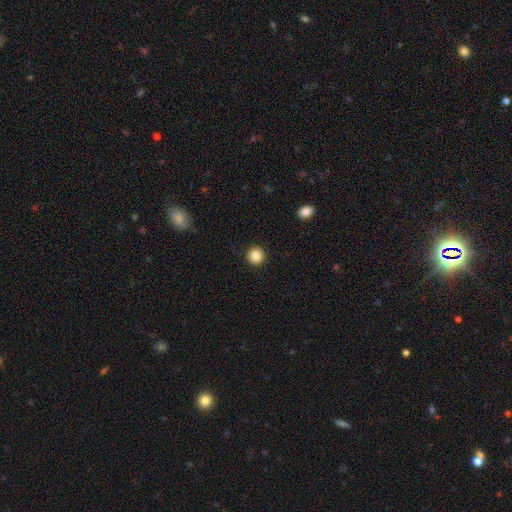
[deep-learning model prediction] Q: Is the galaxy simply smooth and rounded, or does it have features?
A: smooth — 87%.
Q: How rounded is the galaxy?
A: round — 95%.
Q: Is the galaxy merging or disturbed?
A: none — 92%.